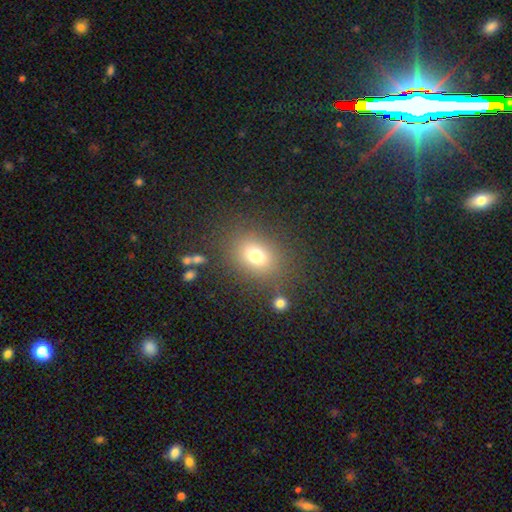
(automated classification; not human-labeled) Smooth or featured: smooth — 74% (star or artifact — 15%)
How rounded: in between — 50% (round — 49%)
Merging: none — 81% (minor disturbance — 10%)